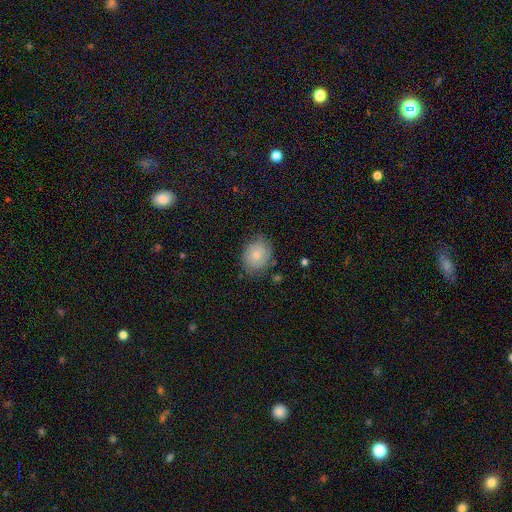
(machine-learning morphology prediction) Smooth or featured? smooth (50%)
Merging? none (77%)